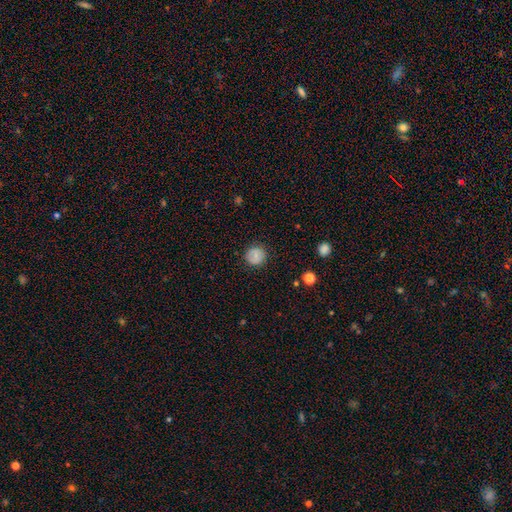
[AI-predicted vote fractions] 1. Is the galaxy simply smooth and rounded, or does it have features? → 75% smooth, 16% featured or disk, 9% star or artifact.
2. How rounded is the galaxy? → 91% round, 8% in between, 1% cigar-shaped.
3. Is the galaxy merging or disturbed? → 86% none, 11% minor disturbance, 3% major disturbance, 1% merger.